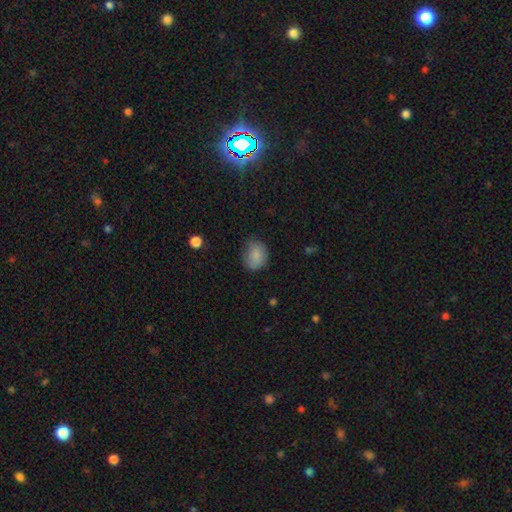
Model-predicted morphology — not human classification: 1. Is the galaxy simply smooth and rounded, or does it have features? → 82% smooth, 9% featured or disk, 8% star or artifact.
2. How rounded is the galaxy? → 51% in between, 48% round, 1% cigar-shaped.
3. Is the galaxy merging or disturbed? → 63% none, 28% minor disturbance, 7% major disturbance, 1% merger.